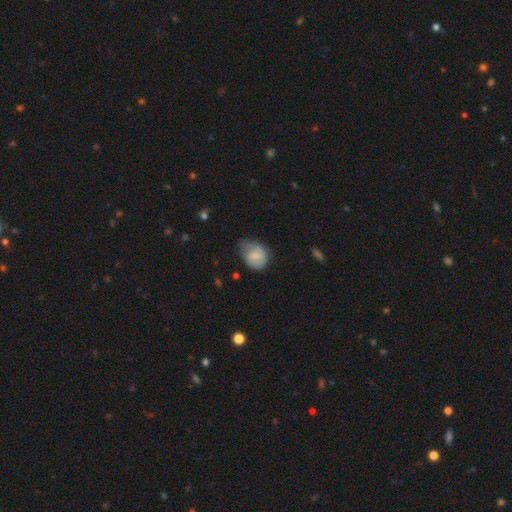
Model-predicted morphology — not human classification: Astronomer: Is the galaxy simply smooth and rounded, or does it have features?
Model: smooth — 70%.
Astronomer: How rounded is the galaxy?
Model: in between — 52% (runner-up: round, 47%).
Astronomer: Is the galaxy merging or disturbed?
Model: minor disturbance — 42% (runner-up: none, 34%).